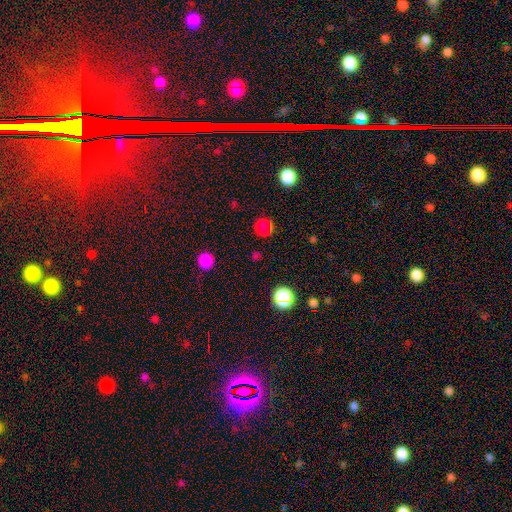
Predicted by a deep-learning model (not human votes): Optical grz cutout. It shows a smooth galaxy with no disk features (67%) that is round (90%). Merging: none (85%).